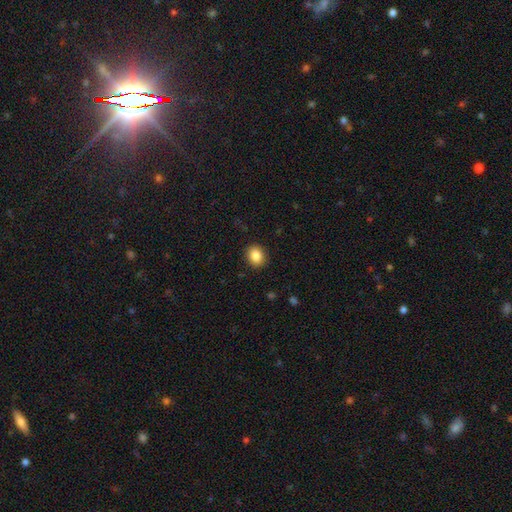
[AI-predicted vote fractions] Morphology: type=smooth (86%); roundness=round (60%); merging=none (91%).